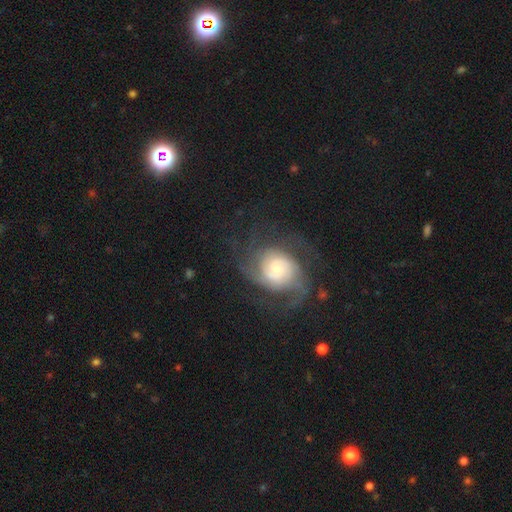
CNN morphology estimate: Smooth or featured: featured or disk — 70% (star or artifact — 16%)
Edge-on disk: no — 97% (yes — 3%)
Bar: no — 67% (weak — 26%)
Spiral arms: yes — 92% (no — 8%)
Spiral winding: medium — 43% (tight — 42%)
Spiral arm count: 2 — 46% (can't tell — 20%)
Bulge size: large — 43% (moderate — 32%)
Merging: none — 76% (minor disturbance — 12%)